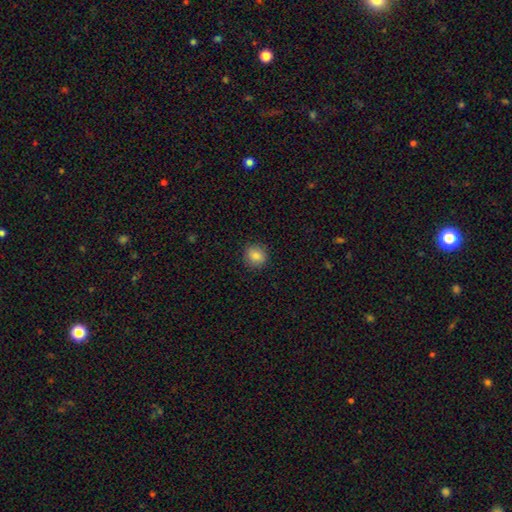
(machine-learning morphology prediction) smooth-or-featured: smooth: 86% | star or artifact: 10% | featured or disk: 5%
  how-rounded: round: 83% | in between: 16% | cigar-shaped: 1%
  merging: none: 89% | minor disturbance: 8% | major disturbance: 2% | merger: 1%